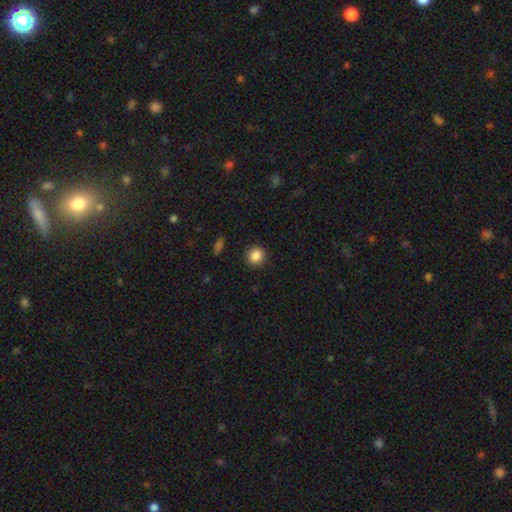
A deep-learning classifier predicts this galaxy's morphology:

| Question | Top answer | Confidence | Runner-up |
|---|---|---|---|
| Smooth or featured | smooth | 86% | star or artifact (10%) |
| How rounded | round | 90% | in between (9%) |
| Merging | none | 90% | minor disturbance (7%) |